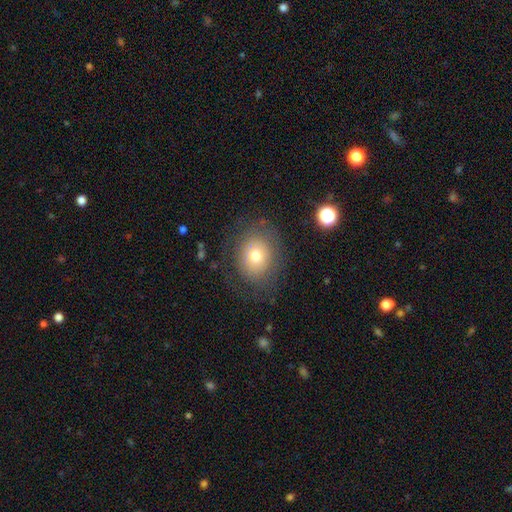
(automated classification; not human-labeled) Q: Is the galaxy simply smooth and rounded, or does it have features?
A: smooth — 67%.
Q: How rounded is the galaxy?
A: round — 67%.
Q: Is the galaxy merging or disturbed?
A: none — 76%.